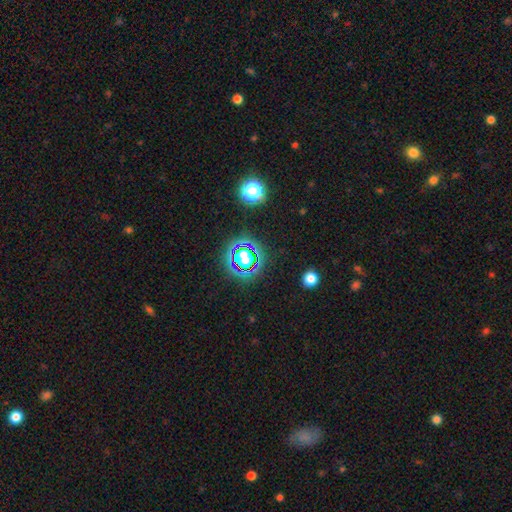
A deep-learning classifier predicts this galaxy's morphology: A star or artifact, not a galaxy (76%).